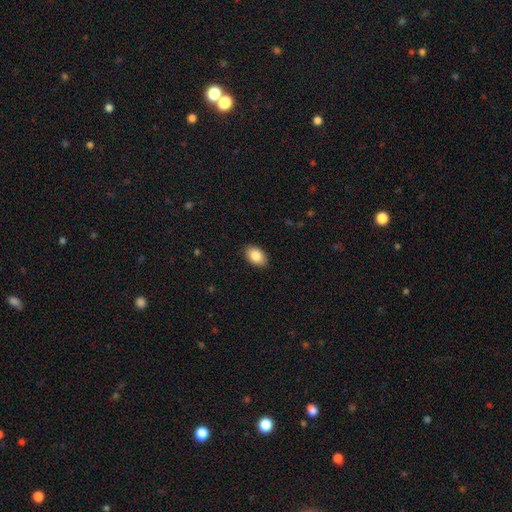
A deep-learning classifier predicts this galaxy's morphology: A smooth galaxy with no disk features (87%) that is in between round and cigar-shaped (89%). Merging: none (89%).